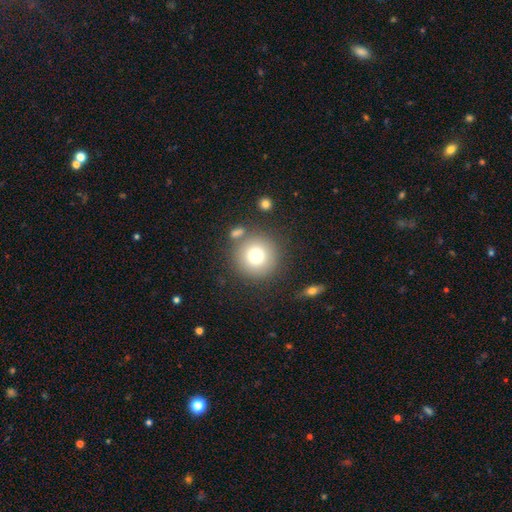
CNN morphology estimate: This appears to be a smooth galaxy with no disk features (77%) that is round (94%). Merging: none (79%).